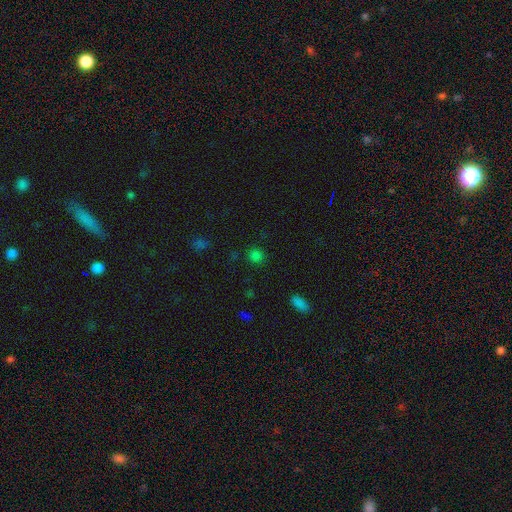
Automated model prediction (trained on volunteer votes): Q: Smooth or featured?
A: smooth (76%); runner-up: star or artifact (20%)
Q: How rounded?
A: round (87%); runner-up: in between (11%)
Q: Merging?
A: none (86%); runner-up: minor disturbance (9%)